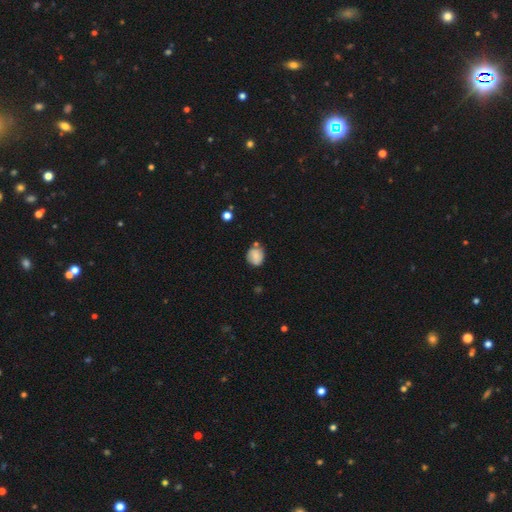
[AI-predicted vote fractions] smooth-or-featured: smooth: 77% | featured or disk: 14% | star or artifact: 9%
  how-rounded: round: 75% | in between: 24% | cigar-shaped: 1%
  merging: none: 66% | minor disturbance: 20% | merger: 10% | major disturbance: 4%